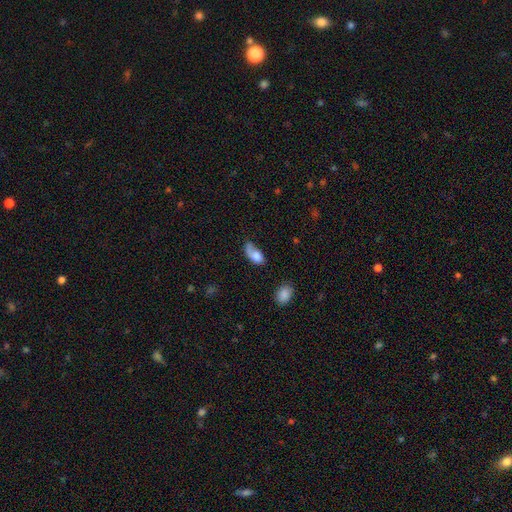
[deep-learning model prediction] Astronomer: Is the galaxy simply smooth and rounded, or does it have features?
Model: smooth — 71%.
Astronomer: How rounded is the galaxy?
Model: in between — 87%.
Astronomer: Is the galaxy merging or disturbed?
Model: major disturbance — 32% (runner-up: none, 31%).